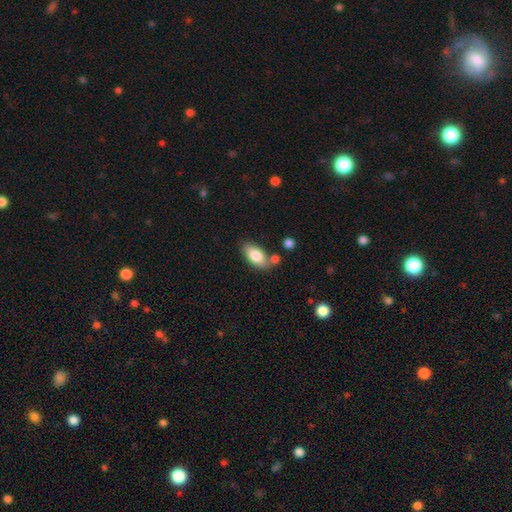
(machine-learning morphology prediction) Smooth or featured: smooth — 81% (featured or disk — 12%)
How rounded: in between — 90% (cigar-shaped — 6%)
Merging: none — 68% (minor disturbance — 15%)